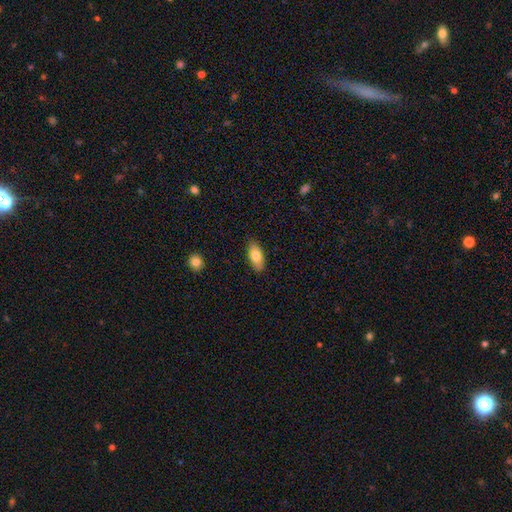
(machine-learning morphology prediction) smooth-or-featured: smooth: 78% | featured or disk: 15% | star or artifact: 6%
  how-rounded: in between: 87% | cigar-shaped: 11% | round: 3%
  merging: none: 88% | minor disturbance: 9% | major disturbance: 2% | merger: 1%